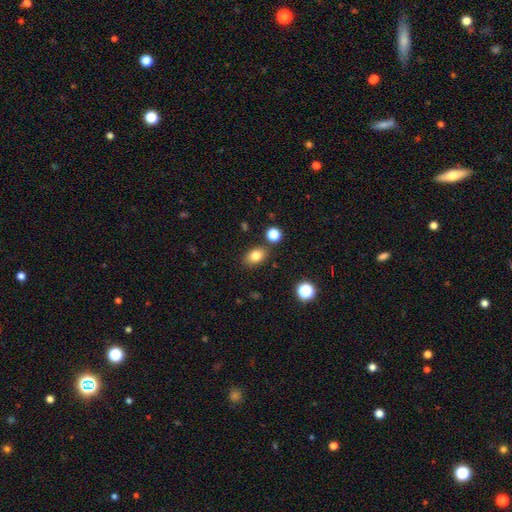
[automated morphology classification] Smooth or featured? Predicted: smooth (p=0.81). How rounded? Predicted: in between (p=0.77). Merging? Predicted: none (p=0.82).